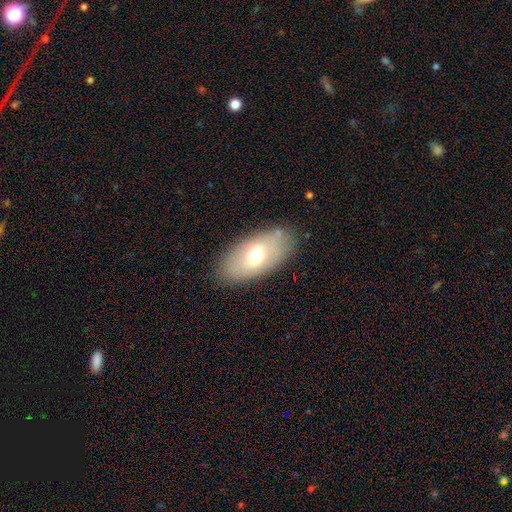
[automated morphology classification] A smooth galaxy with no disk features (60%) that is in between round and cigar-shaped (93%). Merging: none (82%).